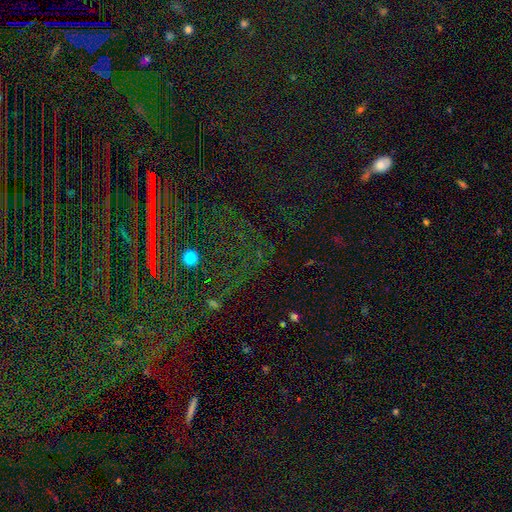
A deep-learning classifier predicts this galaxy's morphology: The model was most divided on "smooth or featured": star or artifact: 79%, smooth: 11%, featured or disk: 10%.